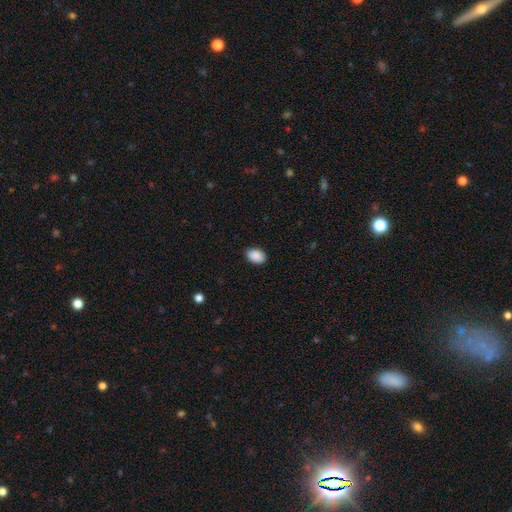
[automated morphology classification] Q: Smooth or featured?
A: smooth (90%); runner-up: star or artifact (7%)
Q: How rounded?
A: in between (82%); runner-up: round (17%)
Q: Merging?
A: none (87%); runner-up: minor disturbance (10%)